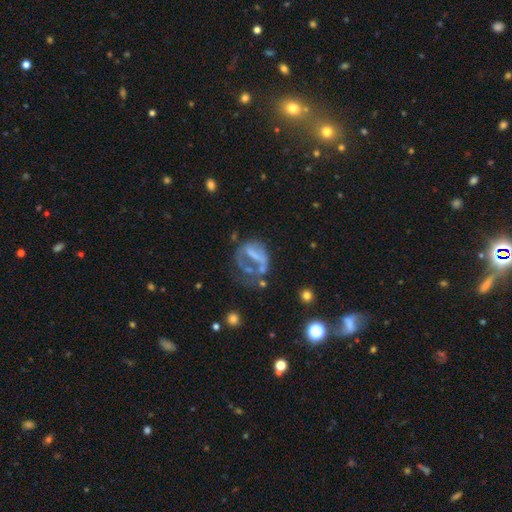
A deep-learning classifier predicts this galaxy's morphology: A featured or disk galaxy (58%) with no bar (45%), no spiral arms (72%) and no central bulge (62%). Merging: major disturbance (49%).